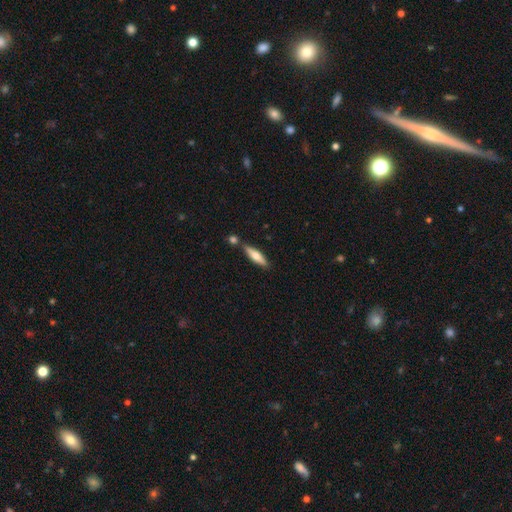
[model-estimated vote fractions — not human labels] The model was most divided on "smooth or featured": smooth: 58%, featured or disk: 36%, star or artifact: 6%. More confident: merging — none (73%); how rounded — cigar-shaped (70%).